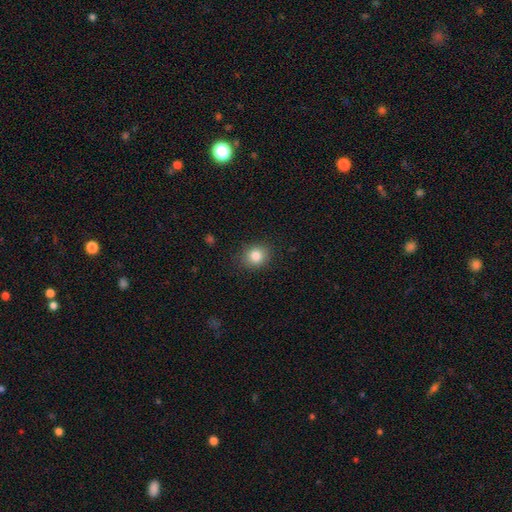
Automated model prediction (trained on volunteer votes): smooth-or-featured: smooth: 83% | star or artifact: 10% | featured or disk: 6%
  how-rounded: round: 74% | in between: 25% | cigar-shaped: 1%
  merging: none: 87% | minor disturbance: 10% | major disturbance: 3% | merger: 1%